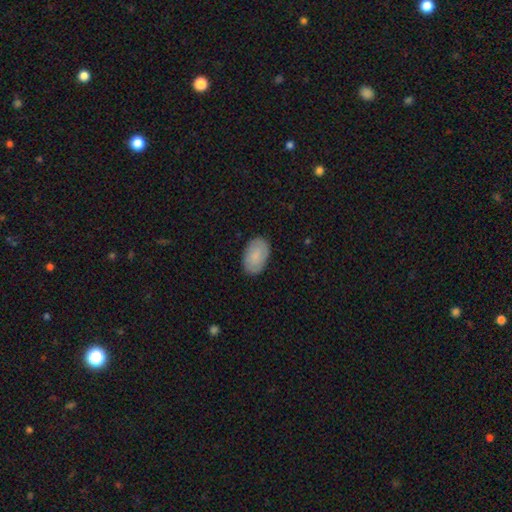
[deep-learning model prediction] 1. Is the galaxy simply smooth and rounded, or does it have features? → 81% smooth, 12% featured or disk, 6% star or artifact.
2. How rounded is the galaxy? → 93% in between, 6% round, 1% cigar-shaped.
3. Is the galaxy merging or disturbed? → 86% none, 11% minor disturbance, 2% major disturbance, 1% merger.